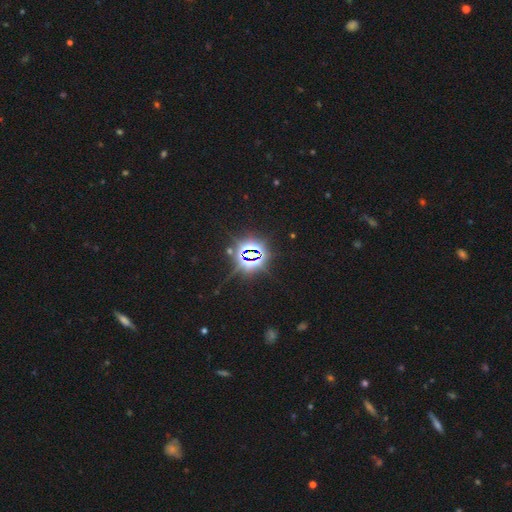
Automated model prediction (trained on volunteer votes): Q: Smooth or featured?
A: star or artifact (82%); runner-up: smooth (10%)